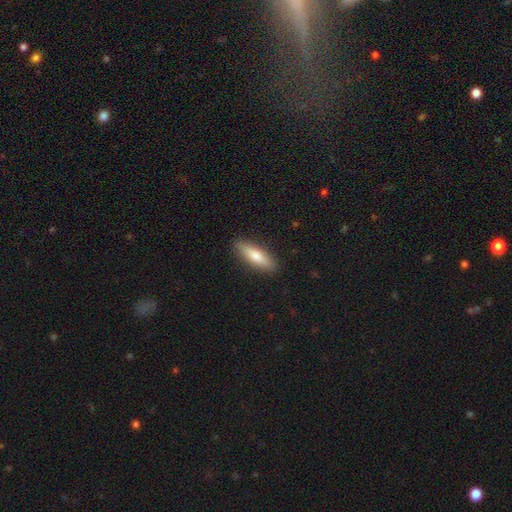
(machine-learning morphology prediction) This appears to be a smooth galaxy with no disk features (72%) that is cigar-shaped (61%). Merging: none (90%).